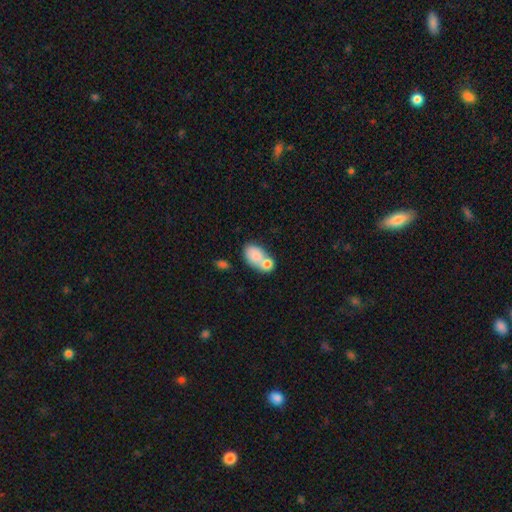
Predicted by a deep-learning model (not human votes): Morphology: type=smooth (77%); roundness=in between (81%); merging=merger (58%).